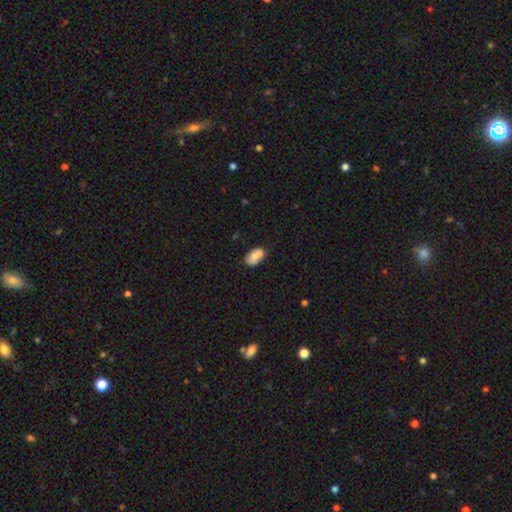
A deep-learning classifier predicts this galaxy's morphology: Smooth or featured?
  - smooth: 73% *
  - featured or disk: 19%
  - star or artifact: 8%
How rounded?
  - in between: 88% *
  - round: 10%
  - cigar-shaped: 2%
Merging?
  - none: 46% *
  - merger: 26%
  - minor disturbance: 21%
  - major disturbance: 6%